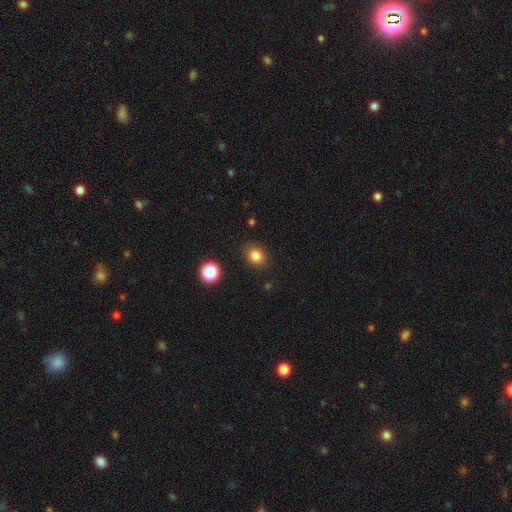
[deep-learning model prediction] This appears to be a smooth galaxy with no disk features (82%) that is round (62%). Merging: none (87%).